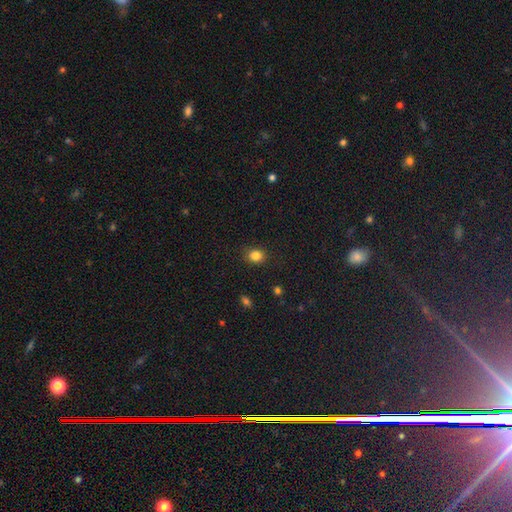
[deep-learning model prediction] Q: Smooth or featured?
A: smooth (83%); runner-up: star or artifact (12%)
Q: How rounded?
A: round (67%); runner-up: in between (32%)
Q: Merging?
A: none (87%); runner-up: minor disturbance (9%)